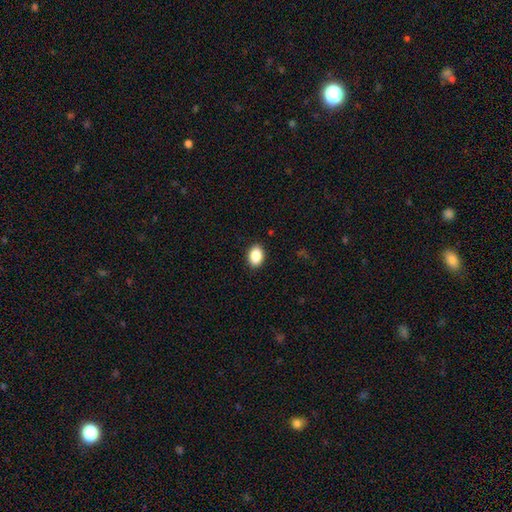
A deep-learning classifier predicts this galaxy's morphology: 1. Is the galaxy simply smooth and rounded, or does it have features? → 88% smooth, 8% star or artifact, 4% featured or disk.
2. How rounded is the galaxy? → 79% in between, 20% round, 1% cigar-shaped.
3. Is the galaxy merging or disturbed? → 90% none, 8% minor disturbance, 2% major disturbance, 1% merger.